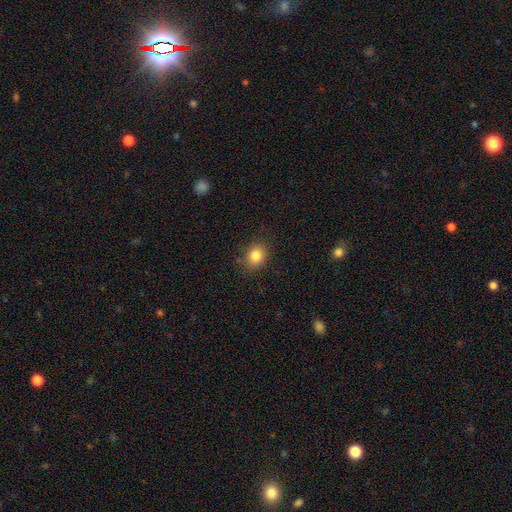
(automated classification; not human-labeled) A smooth galaxy with no disk features (84%) that is round (62%).

Vote fractions:
- Smooth or featured? smooth: 84% / star or artifact: 10% / featured or disk: 6%
- How rounded? round: 62% / in between: 37% / cigar-shaped: 1%
- Merging? none: 82% / minor disturbance: 13% / major disturbance: 3% / merger: 1%